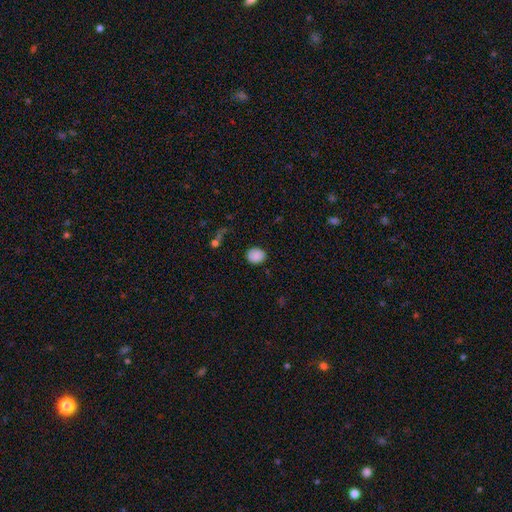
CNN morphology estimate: A smooth galaxy with no disk features (87%) that is round (58%). Merging: none (83%).